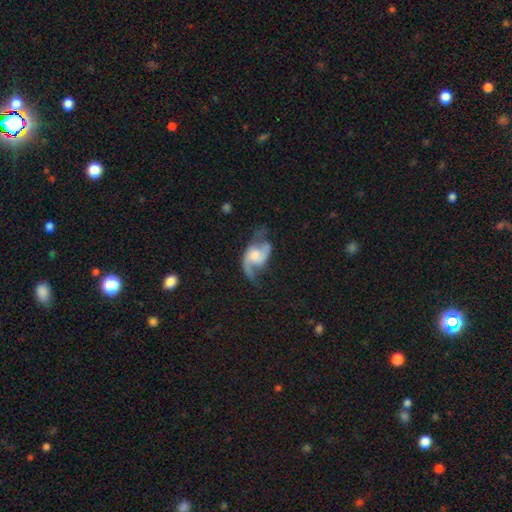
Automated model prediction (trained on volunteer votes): Smooth or featured: featured or disk — 85% (smooth — 10%)
Edge-on disk: no — 97% (yes — 3%)
Bar: no — 59% (weak — 33%)
Spiral arms: yes — 95% (no — 5%)
Spiral winding: loose — 60% (medium — 33%)
Spiral arm count: 2 — 89% (1 — 5%)
Bulge size: moderate — 32% (large — 24%)
Merging: none — 56% (minor disturbance — 21%)